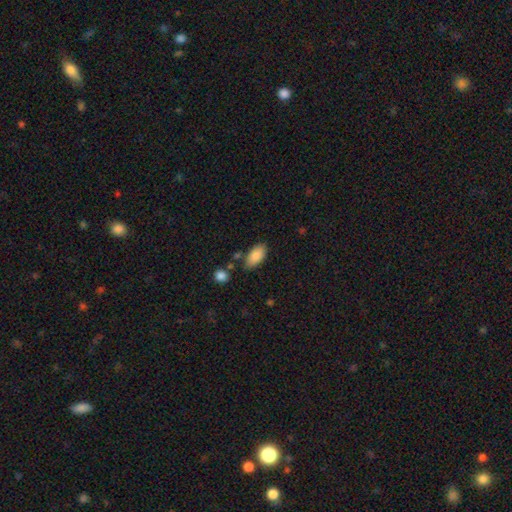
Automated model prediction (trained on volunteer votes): Smooth or featured? smooth (87%)
How rounded? in between (93%)
Merging? none (76%)